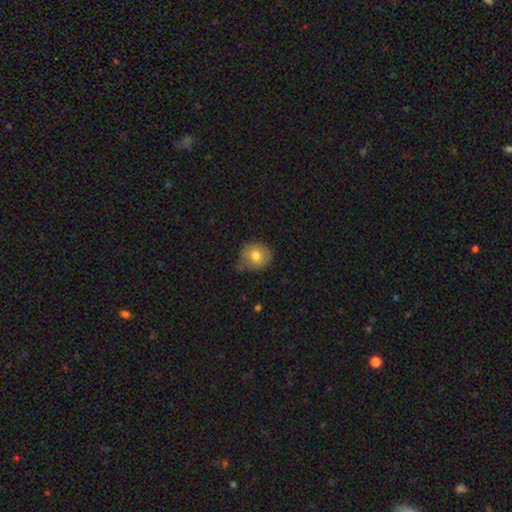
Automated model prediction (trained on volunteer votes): Smooth or featured?
  - smooth: 77% *
  - featured or disk: 14%
  - star or artifact: 9%
How rounded?
  - round: 84% *
  - in between: 15%
  - cigar-shaped: 1%
Merging?
  - none: 64% *
  - minor disturbance: 25%
  - major disturbance: 5%
  - merger: 5%